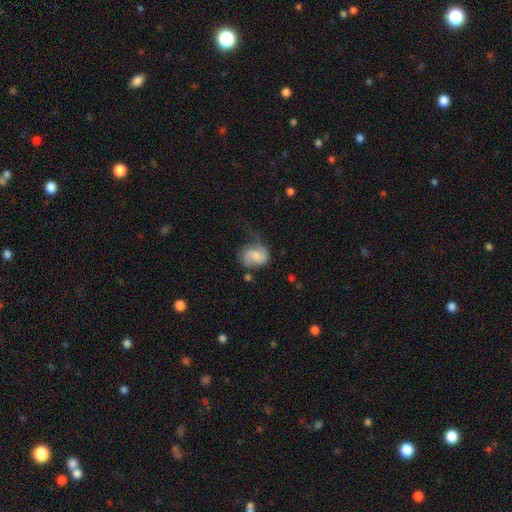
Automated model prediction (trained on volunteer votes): featured or disk 47%, smooth 45%, star or artifact 8%. Down the decision tree: merging — none (42%).